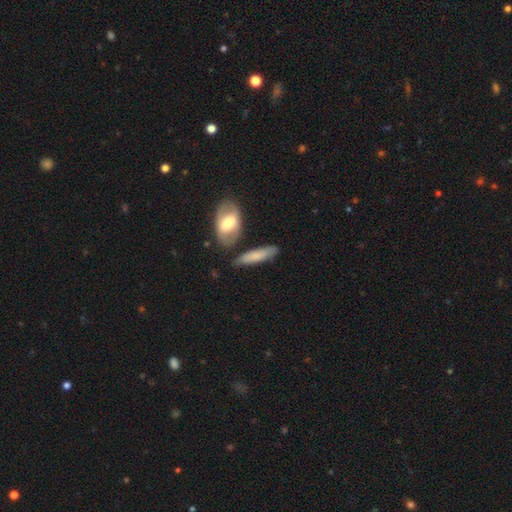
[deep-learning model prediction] Smooth or featured? Predicted: smooth (p=0.69). How rounded? Predicted: cigar-shaped (p=0.60). Merging? Predicted: none (p=0.72).